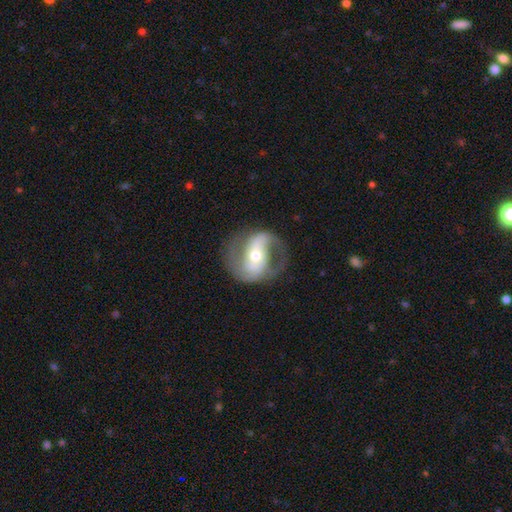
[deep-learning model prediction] smooth-or-featured: featured or disk: 84% | smooth: 11% | star or artifact: 5%
  disk-edge-on: no: 96% | yes: 4%
    bar: strong: 43% | weak: 32% | no: 25%
    has-spiral-arms: yes: 91% | no: 9%
      spiral-winding: medium: 47% | loose: 34% | tight: 19%
      spiral-arm-count: 2: 87% | can't tell: 5% | 1: 4% | 3: 2% | 4: 1% | more than 4: 1%
    bulge-size: moderate: 57% | small: 36% | large: 5% | dominant: 1% | none: 1%
  merging: none: 70% | minor disturbance: 16% | major disturbance: 12% | merger: 2%